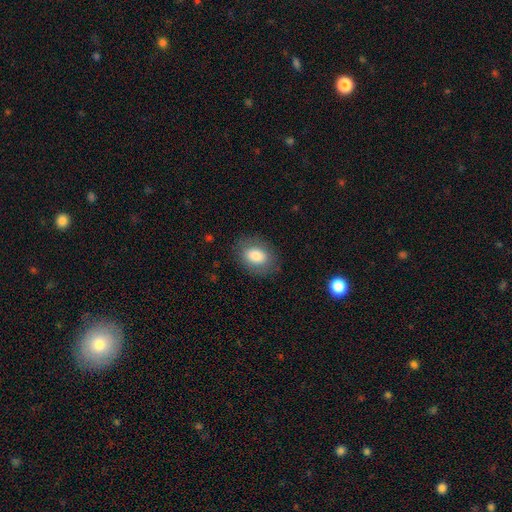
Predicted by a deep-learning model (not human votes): Smooth or featured: smooth — 80% (featured or disk — 12%)
How rounded: in between — 75% (round — 24%)
Merging: none — 82% (minor disturbance — 12%)